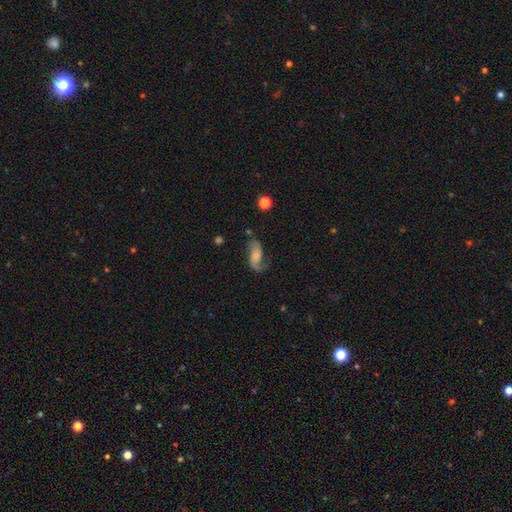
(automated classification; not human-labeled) This appears to be a featured or disk galaxy (69%) with no bar (62%), 2 (82%) loose (57%) spiral arms (93%) and a small central bulge (48%). Merging: none (61%).